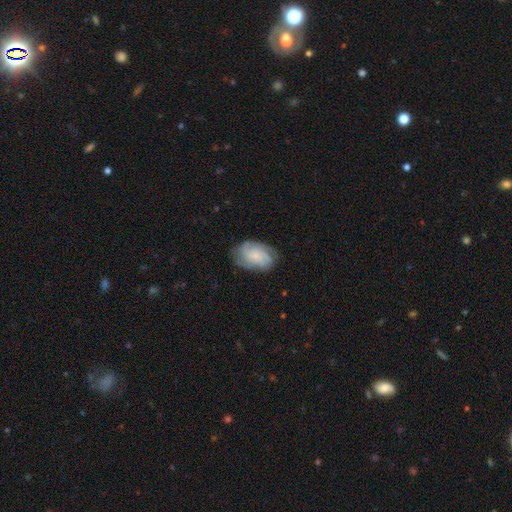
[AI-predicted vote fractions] This is likely a featured or disk galaxy (68%). It is clearly not viewed edge-on (97%). Bar: likely no (72%). Spiral arm pattern: clearly yes (94%). Spiral arm count: marginally can't tell (29%). Spiral winding: marginally tight (44%). Central bulge: likely small (68%). Merging: likely none (73%).